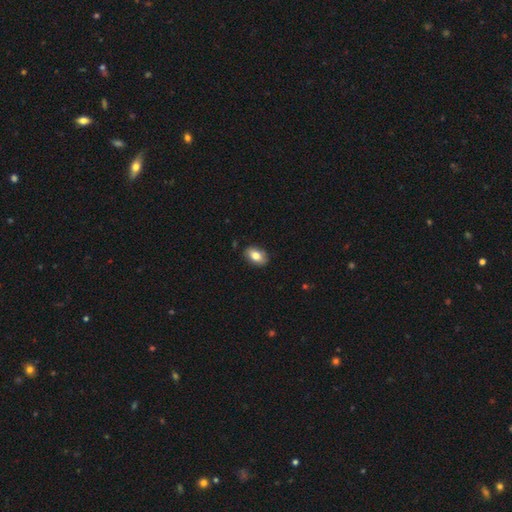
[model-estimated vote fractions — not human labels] smooth 79%, featured or disk 14%, star or artifact 7%. Down the decision tree: how rounded — in between (90%); merging — none (86%).